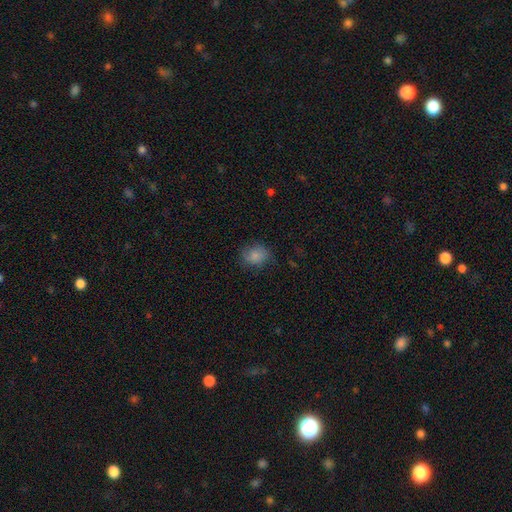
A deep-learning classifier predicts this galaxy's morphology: Q: Smooth or featured?
A: smooth (80%); runner-up: featured or disk (11%)
Q: How rounded?
A: round (59%); runner-up: in between (40%)
Q: Merging?
A: none (71%); runner-up: minor disturbance (22%)